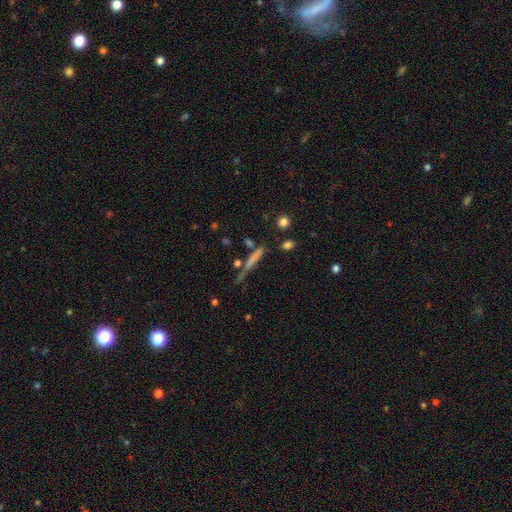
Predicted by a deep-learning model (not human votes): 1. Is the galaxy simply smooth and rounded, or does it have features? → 52% smooth, 36% featured or disk, 12% star or artifact.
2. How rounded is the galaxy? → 91% cigar-shaped, 6% in between, 3% round.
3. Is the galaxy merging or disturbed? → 69% none, 17% minor disturbance, 8% merger, 7% major disturbance.